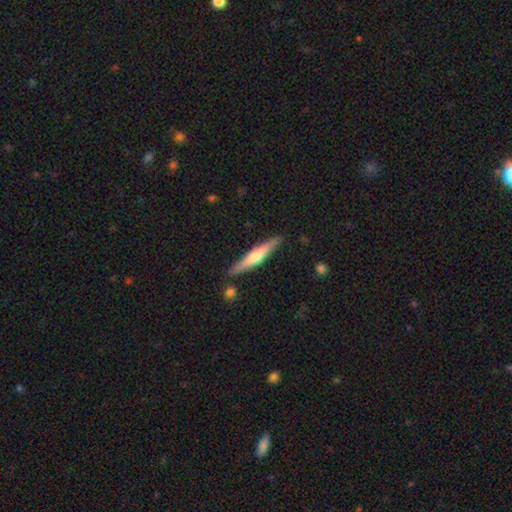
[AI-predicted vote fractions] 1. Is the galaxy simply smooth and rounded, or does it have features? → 52% featured or disk, 43% smooth, 5% star or artifact.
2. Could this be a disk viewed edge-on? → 95% yes, 5% no.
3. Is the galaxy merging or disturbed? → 87% none, 9% minor disturbance, 2% merger, 2% major disturbance.